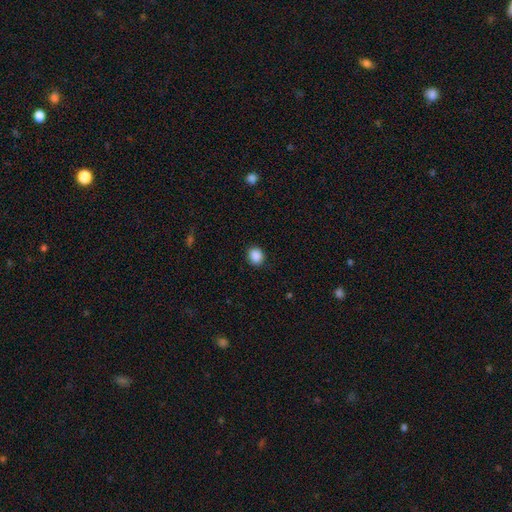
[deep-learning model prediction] The model was most divided on "how rounded": round: 72%, in between: 27%, cigar-shaped: 1%. More confident: smooth or featured — smooth (88%); merging — none (88%).